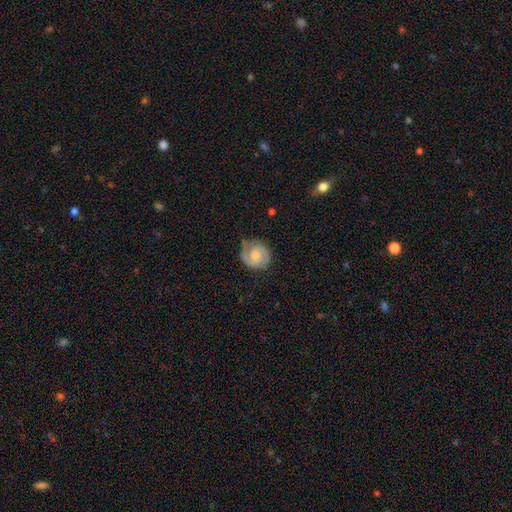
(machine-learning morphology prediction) Overall: featured or disk (65%; smooth 28%). Edge-on disk: no (98%). Bar: no (61%; weak 34%). Spiral arms: yes (92%). Spiral arm count: 2 (78%). Spiral winding: tight (46%; medium 41%). Bulge size: moderate (47%; small 42%). Merging: none (72%).